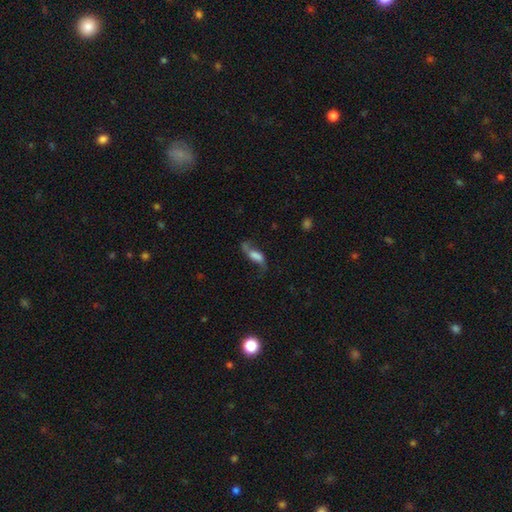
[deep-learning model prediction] A featured or disk galaxy (52%). Merging: none (48%).